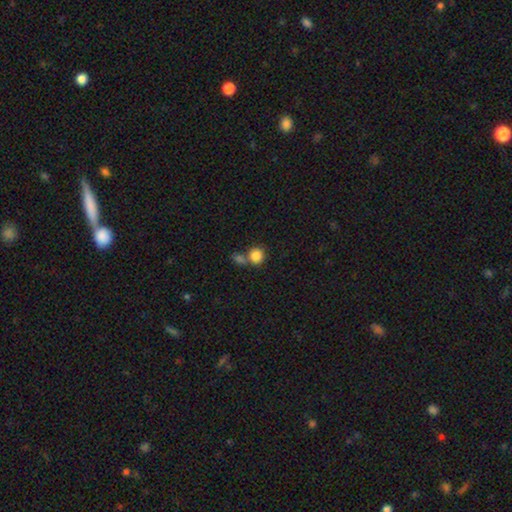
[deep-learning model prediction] This appears to be a smooth galaxy with no disk features (85%) that is round (86%). Merging: none (52%).